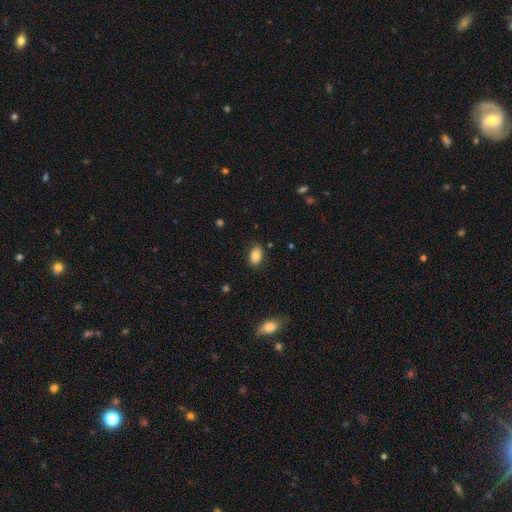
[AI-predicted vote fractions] Morphology: type=smooth (81%); roundness=in between (89%); merging=none (83%).